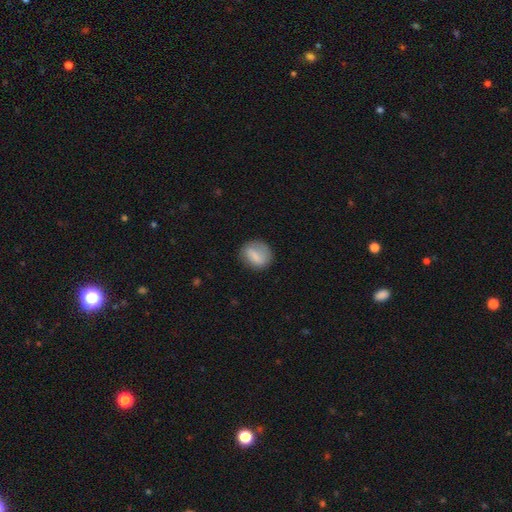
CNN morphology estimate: smooth-or-featured: smooth: 73% | featured or disk: 20% | star or artifact: 7%
  how-rounded: round: 56% | in between: 41% | cigar-shaped: 3%
  merging: none: 72% | minor disturbance: 19% | major disturbance: 7% | merger: 2%